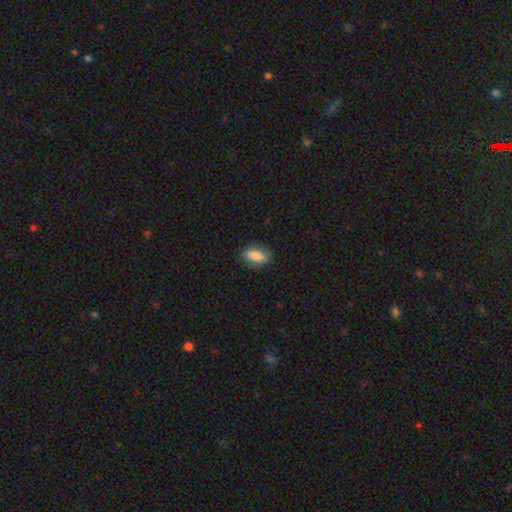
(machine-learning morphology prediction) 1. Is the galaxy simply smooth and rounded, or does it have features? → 86% smooth, 7% featured or disk, 7% star or artifact.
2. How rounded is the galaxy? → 86% in between, 9% cigar-shaped, 5% round.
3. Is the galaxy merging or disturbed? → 86% none, 11% minor disturbance, 2% major disturbance, 1% merger.